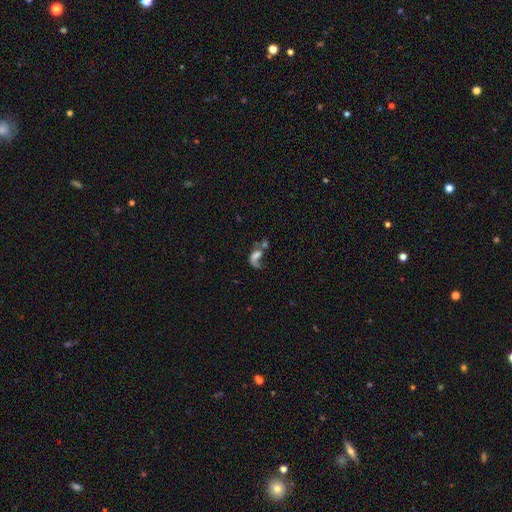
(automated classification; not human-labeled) smooth_or_featured: featured or disk (p=0.47) [alt: smooth p=0.39]
merging: merger (p=0.36) [alt: major disturbance p=0.33]